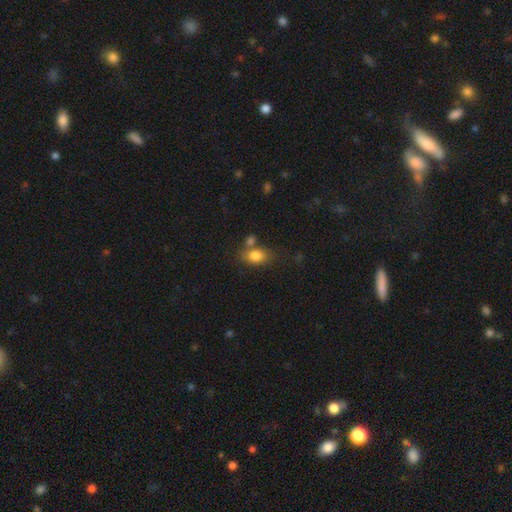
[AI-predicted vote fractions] Q: Smooth or featured?
A: smooth (82%); runner-up: featured or disk (9%)
Q: How rounded?
A: in between (78%); runner-up: round (20%)
Q: Merging?
A: none (59%); runner-up: merger (20%)